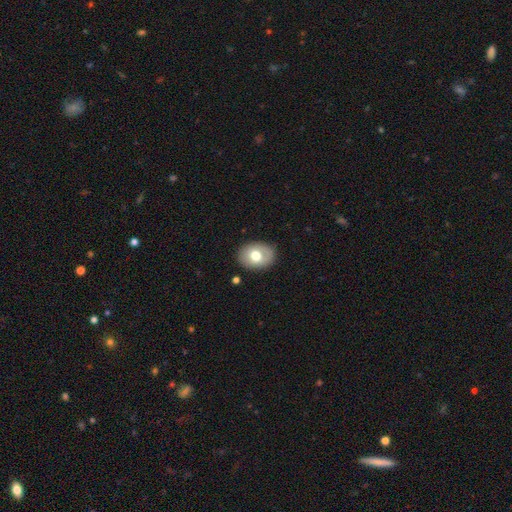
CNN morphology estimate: smooth-or-featured: smooth: 66% | featured or disk: 27% | star or artifact: 7%
  how-rounded: in between: 67% | round: 32% | cigar-shaped: 1%
  merging: none: 86% | minor disturbance: 10% | major disturbance: 3% | merger: 1%